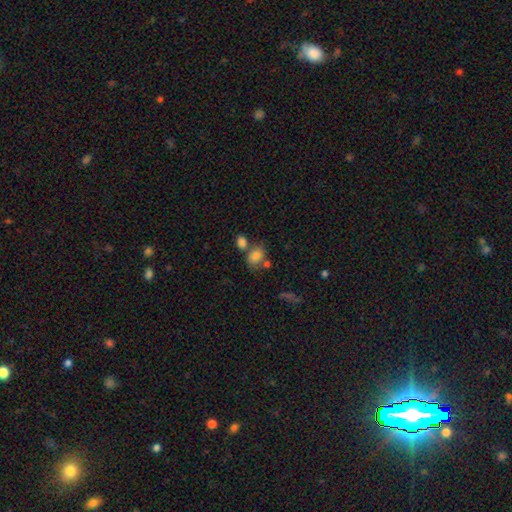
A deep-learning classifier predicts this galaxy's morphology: Q: Smooth or featured?
A: smooth (80%); runner-up: featured or disk (10%)
Q: How rounded?
A: in between (70%); runner-up: round (29%)
Q: Merging?
A: none (46%); runner-up: merger (33%)